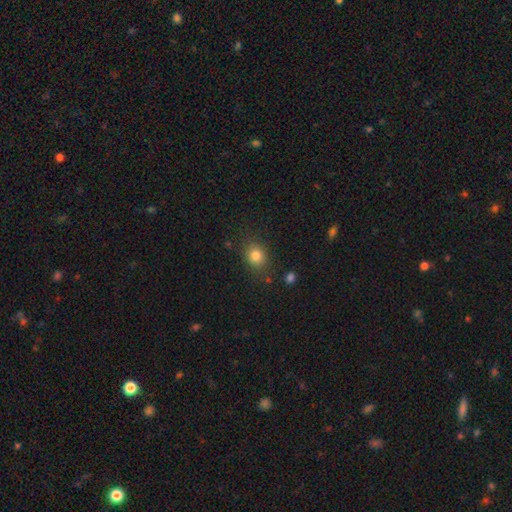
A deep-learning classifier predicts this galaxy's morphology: smooth 82%, star or artifact 11%, featured or disk 7%. Down the decision tree: how rounded — round (62%); merging — none (80%).